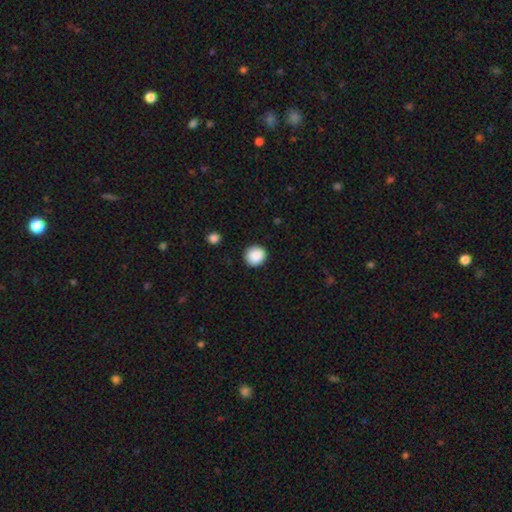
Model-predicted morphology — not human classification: Smooth or featured? Predicted: smooth (p=0.89). How rounded? Predicted: round (p=0.89). Merging? Predicted: none (p=0.90).